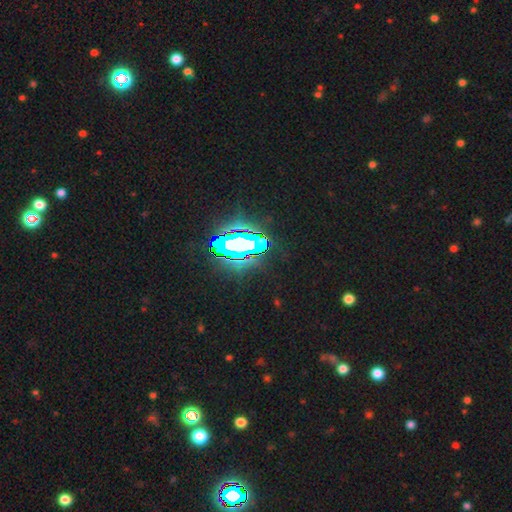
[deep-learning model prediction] Overall: star or artifact (82%).